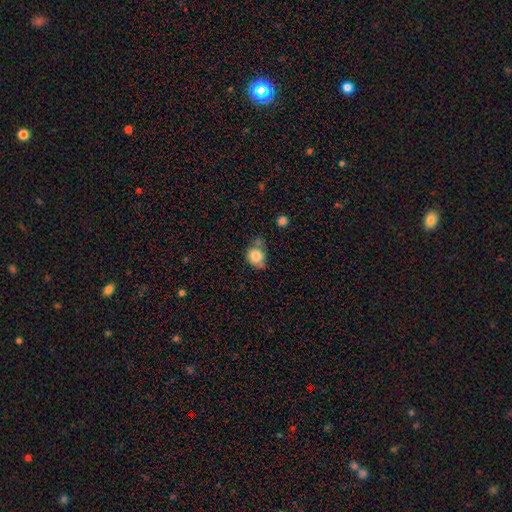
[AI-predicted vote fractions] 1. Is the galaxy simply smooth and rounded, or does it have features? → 82% smooth, 9% featured or disk, 9% star or artifact.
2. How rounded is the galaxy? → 68% round, 30% in between, 1% cigar-shaped.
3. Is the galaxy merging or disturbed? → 46% none, 28% minor disturbance, 17% merger, 9% major disturbance.